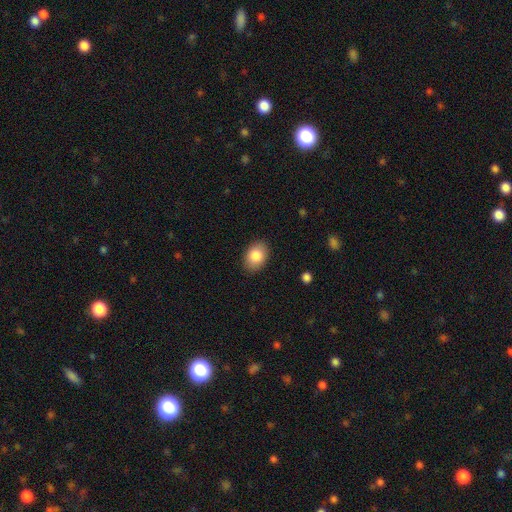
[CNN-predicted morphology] A smooth galaxy with no disk features (85%) that is in between round and cigar-shaped (82%). Merging: none (88%).